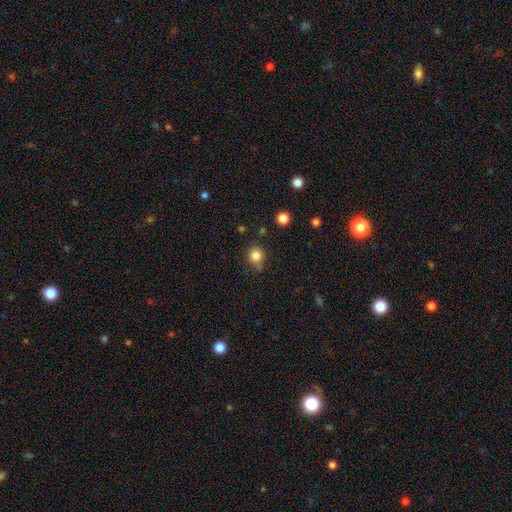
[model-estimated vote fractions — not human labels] smooth 83%, star or artifact 12%, featured or disk 5%. Down the decision tree: how rounded — round (84%); merging — none (73%).